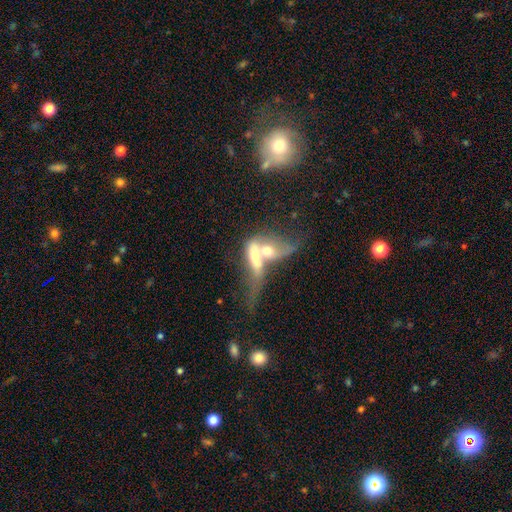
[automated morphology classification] featured or disk 49%, smooth 42%, star or artifact 9%. Down the decision tree: merging — merger (75%).